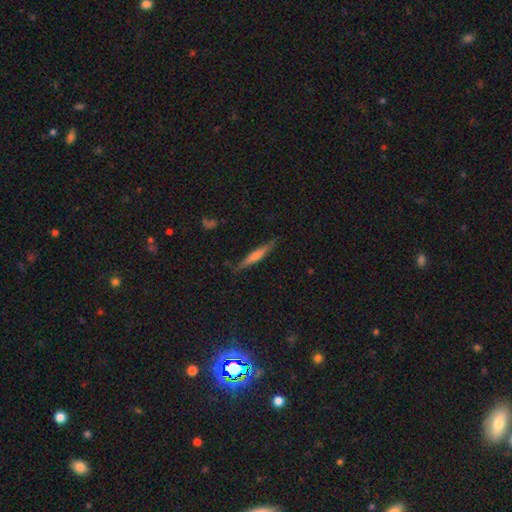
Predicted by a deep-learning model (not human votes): The model was most divided on "smooth or featured": smooth: 51%, featured or disk: 42%, star or artifact: 7%. More confident: how rounded — cigar-shaped (92%); merging — none (83%).